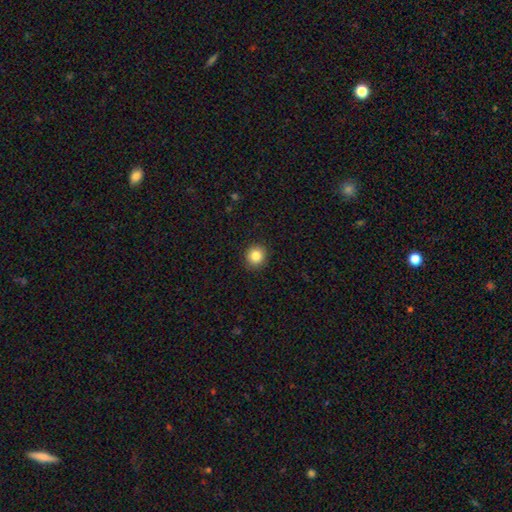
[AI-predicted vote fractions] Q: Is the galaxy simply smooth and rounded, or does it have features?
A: smooth — 85%.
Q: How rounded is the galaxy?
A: round — 91%.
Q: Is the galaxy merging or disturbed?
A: none — 92%.